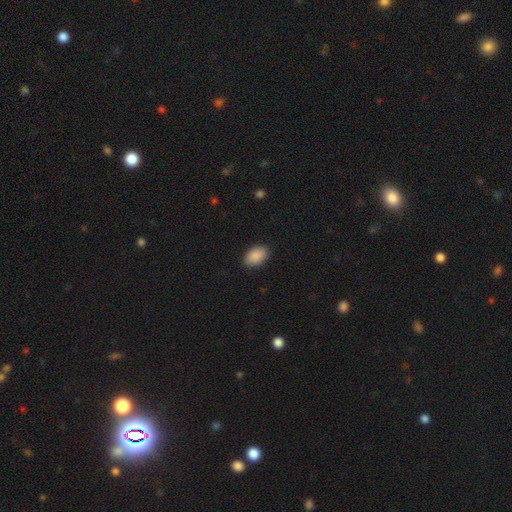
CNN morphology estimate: Smooth or featured? Predicted: smooth (p=0.90). How rounded? Predicted: in between (p=0.92). Merging? Predicted: none (p=0.89).